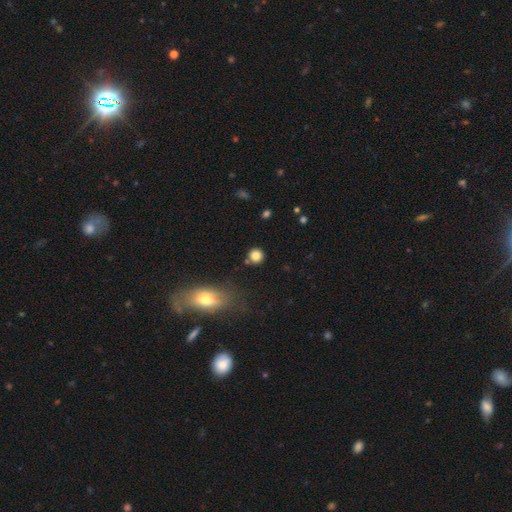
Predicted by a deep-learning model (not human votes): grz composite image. It shows a smooth galaxy with no disk features (82%) that is round (90%). Merging: none (84%).